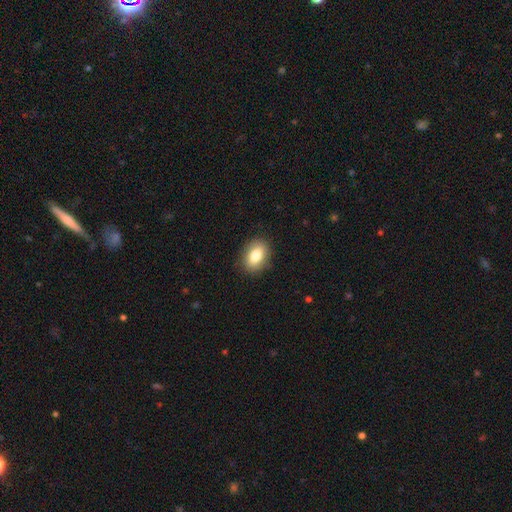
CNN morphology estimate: Smooth or featured? smooth (80%)
How rounded? in between (78%)
Merging? none (88%)